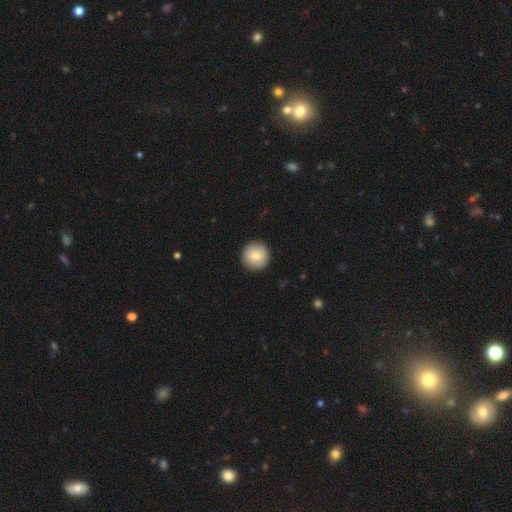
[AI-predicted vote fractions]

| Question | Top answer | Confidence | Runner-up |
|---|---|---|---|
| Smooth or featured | smooth | 78% | featured or disk (15%) |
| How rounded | round | 96% | in between (3%) |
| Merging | none | 92% | minor disturbance (5%) |